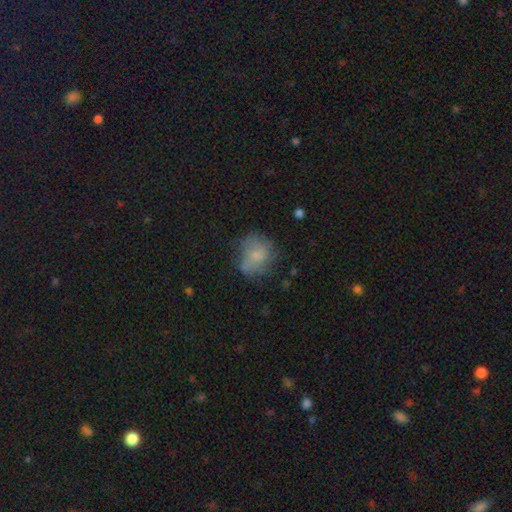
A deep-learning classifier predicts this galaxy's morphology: A smooth galaxy with no disk features (64%) that is round (69%). Merging: none (53%).